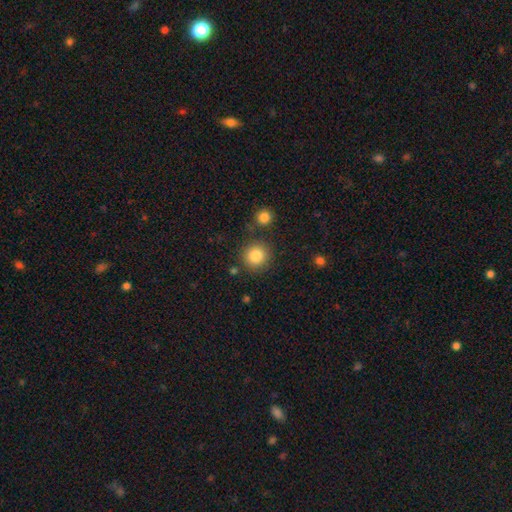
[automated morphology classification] Smooth or featured? smooth (85%)
How rounded? round (92%)
Merging? none (84%)